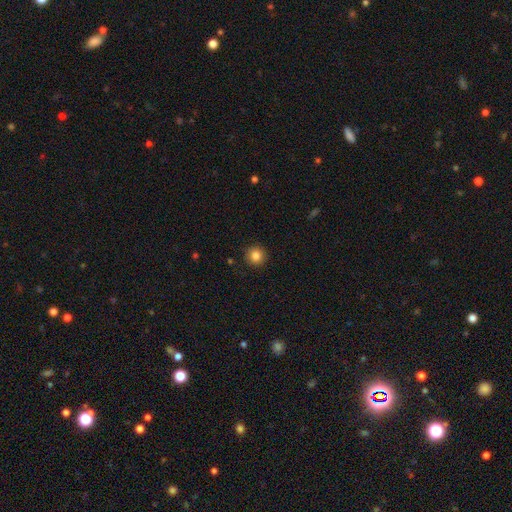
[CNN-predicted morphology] A smooth galaxy with no disk features (84%) that is round (95%). Merging: none (91%).